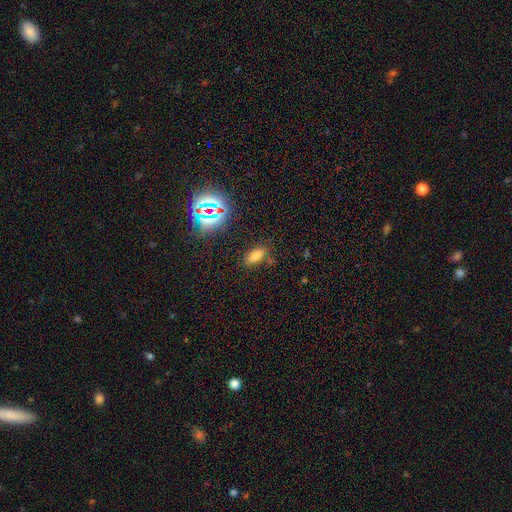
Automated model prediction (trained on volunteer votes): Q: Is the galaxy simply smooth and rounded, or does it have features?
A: smooth — 70%.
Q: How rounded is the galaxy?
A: in between — 81%.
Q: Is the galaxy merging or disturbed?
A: none — 81%.